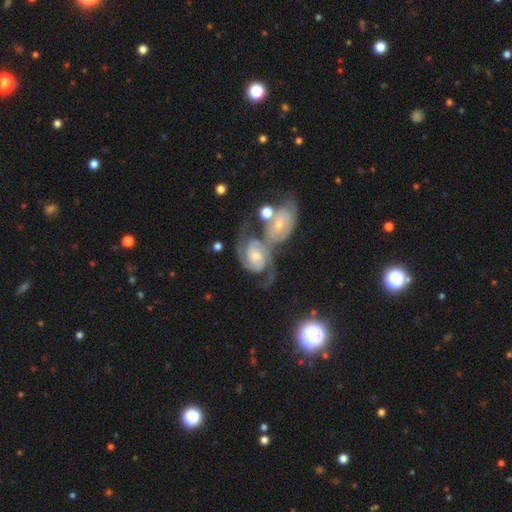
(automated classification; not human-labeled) smooth-or-featured: featured or disk: 87% | smooth: 9% | star or artifact: 5%
  disk-edge-on: no: 97% | yes: 3%
    bar: no: 55% | weak: 35% | strong: 10%
    has-spiral-arms: yes: 97% | no: 3%
      spiral-winding: medium: 49% | tight: 37% | loose: 14%
      spiral-arm-count: 2: 81% | can't tell: 6% | 3: 6% | 1: 3% | 4: 2% | more than 4: 2%
    bulge-size: moderate: 45% | small: 44% | large: 6% | none: 3% | dominant: 1%
  merging: merger: 54% | none: 23% | major disturbance: 12% | minor disturbance: 11%